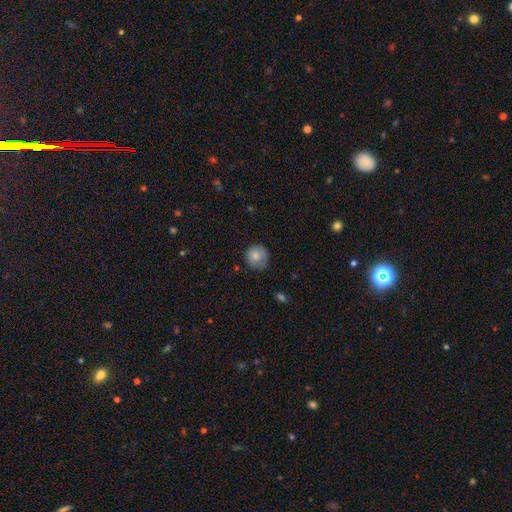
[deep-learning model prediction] Morphology: type=smooth (81%); roundness=round (89%); merging=none (70%).